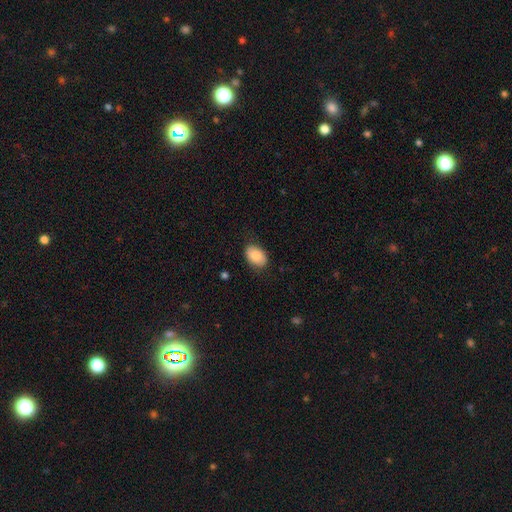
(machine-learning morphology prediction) Smooth or featured? smooth (84%)
How rounded? in between (84%)
Merging? none (81%)